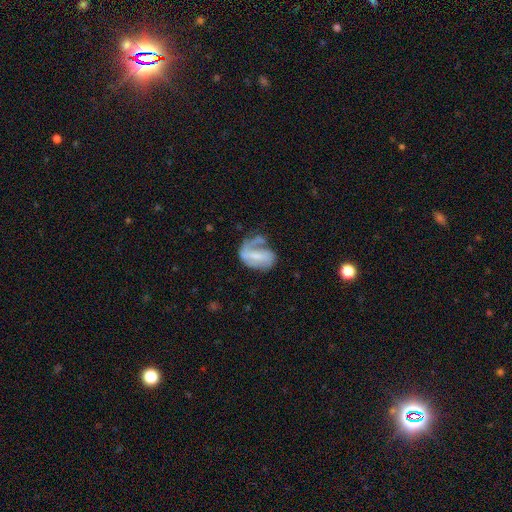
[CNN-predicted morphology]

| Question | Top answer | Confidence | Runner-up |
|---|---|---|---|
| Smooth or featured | featured or disk | 61% | smooth (32%) |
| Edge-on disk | no | 96% | yes (4%) |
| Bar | weak | 40% | strong (36%) |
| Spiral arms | yes | 66% | no (34%) |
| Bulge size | small | 39% | none (28%) |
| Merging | major disturbance | 37% | none (29%) |